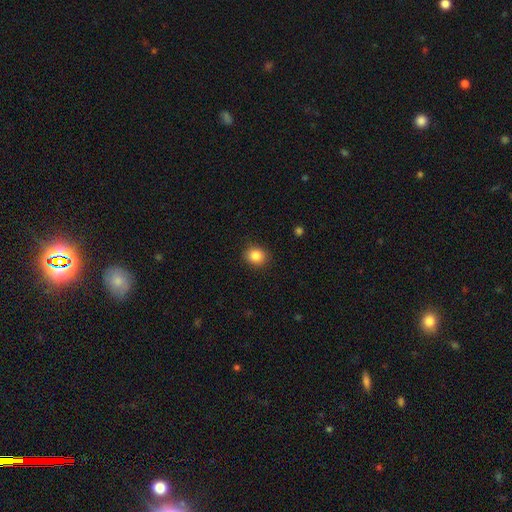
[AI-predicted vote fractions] smooth-or-featured: smooth: 86% | star or artifact: 9% | featured or disk: 4%
  how-rounded: round: 71% | in between: 28% | cigar-shaped: 1%
  merging: none: 89% | minor disturbance: 8% | major disturbance: 2% | merger: 1%